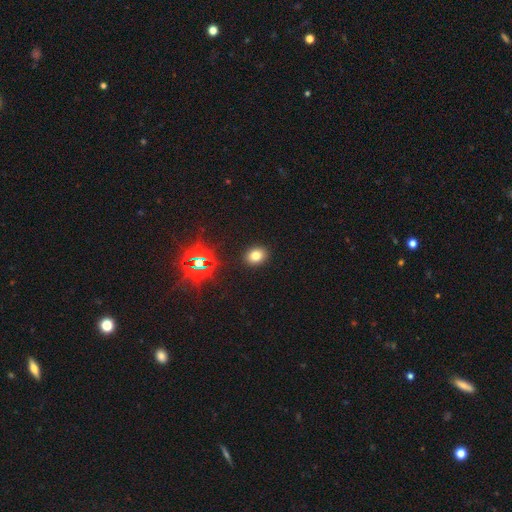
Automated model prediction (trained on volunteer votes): Q: Smooth or featured?
A: smooth (74%); runner-up: star or artifact (19%)
Q: How rounded?
A: round (52%); runner-up: in between (47%)
Q: Merging?
A: none (90%); runner-up: minor disturbance (6%)